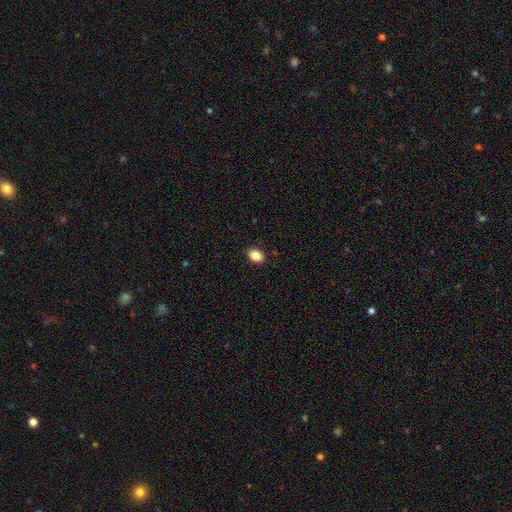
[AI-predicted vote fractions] A smooth galaxy with no disk features (87%) that is in between round and cigar-shaped (70%).

Vote fractions:
- Smooth or featured? smooth: 87% / star or artifact: 9% / featured or disk: 4%
- How rounded? in between: 70% / round: 29% / cigar-shaped: 1%
- Merging? none: 90% / minor disturbance: 8% / major disturbance: 2% / merger: 1%